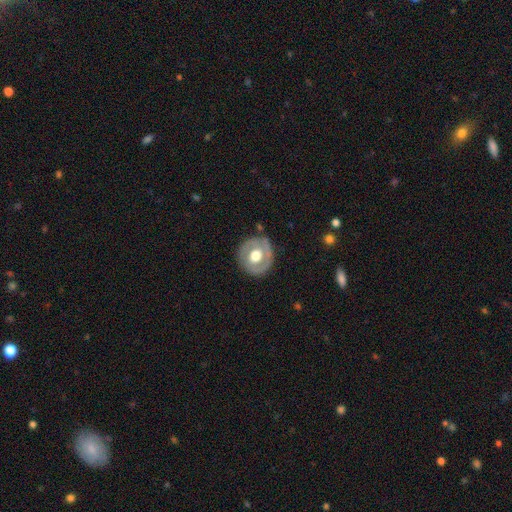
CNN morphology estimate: smooth_or_featured: featured or disk (p=0.54) [alt: smooth p=0.40]
disk_edge_on: no (p=0.95) [alt: yes p=0.05]
bar: no (p=0.79) [alt: weak p=0.16]
has_spiral_arms: no (p=0.76) [alt: yes p=0.24]
bulge_size: moderate (p=0.50) [alt: large p=0.44]
merging: none (p=0.80) [alt: minor disturbance p=0.13]